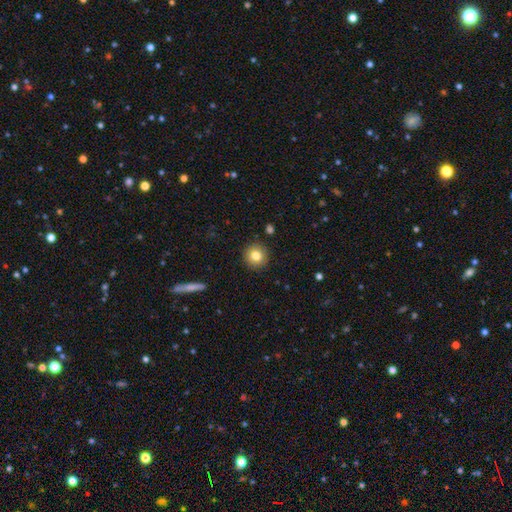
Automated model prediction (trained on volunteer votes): Q: Smooth or featured?
A: smooth (81%); runner-up: star or artifact (10%)
Q: How rounded?
A: round (92%); runner-up: in between (7%)
Q: Merging?
A: none (91%); runner-up: minor disturbance (6%)